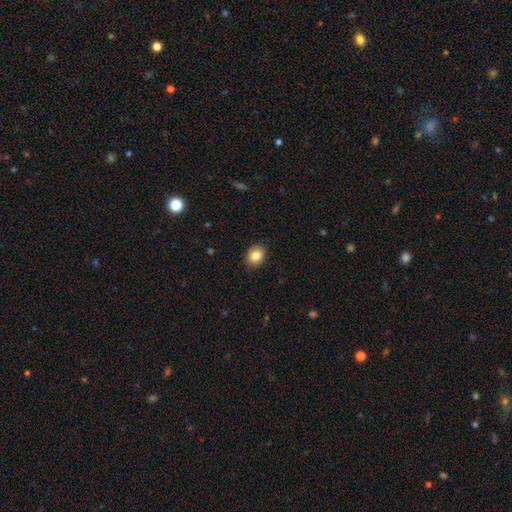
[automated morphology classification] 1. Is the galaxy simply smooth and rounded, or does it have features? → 84% smooth, 9% star or artifact, 7% featured or disk.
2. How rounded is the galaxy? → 56% round, 43% in between, 1% cigar-shaped.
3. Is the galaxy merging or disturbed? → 88% none, 9% minor disturbance, 2% major disturbance, 1% merger.